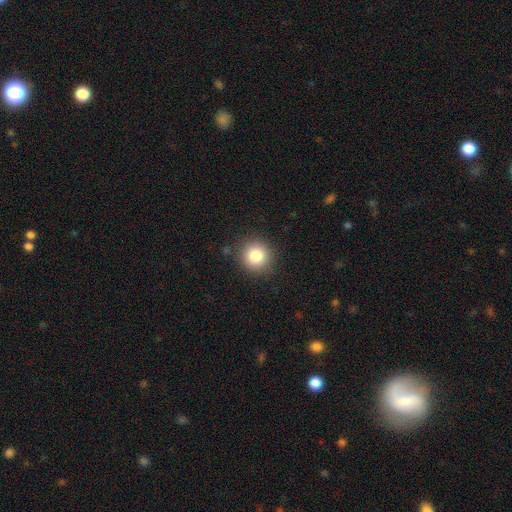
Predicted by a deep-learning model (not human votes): Overall: smooth (83%). How rounded: round (93%). Merging: none (89%).